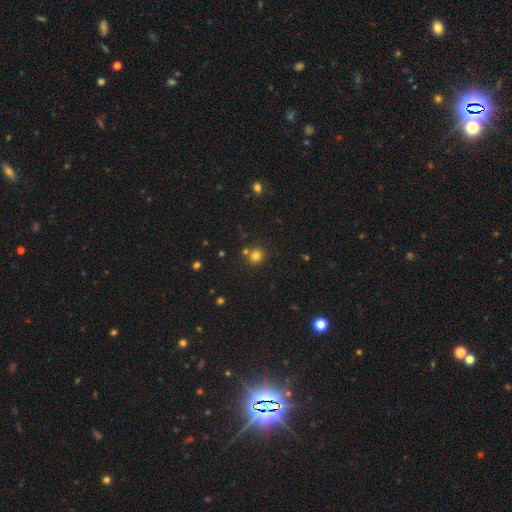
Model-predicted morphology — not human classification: Smooth or featured? smooth (77%)
How rounded? round (89%)
Merging? none (75%)